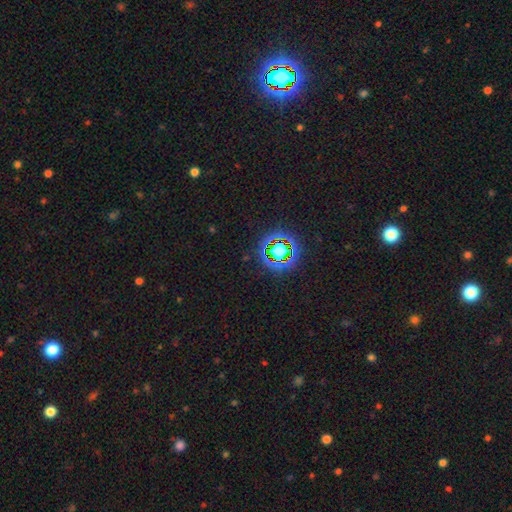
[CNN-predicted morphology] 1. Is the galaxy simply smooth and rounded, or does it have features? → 82% star or artifact, 11% smooth, 7% featured or disk.